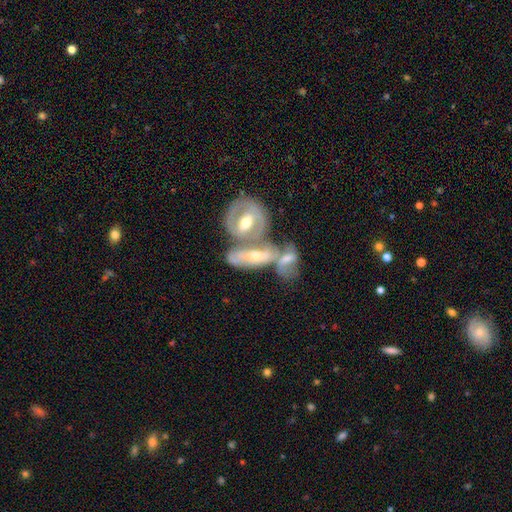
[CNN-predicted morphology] featured or disk 67%, smooth 25%, star or artifact 8%. Down the decision tree: edge-on disk — no (84%); bar — no (49%); spiral arms — yes (56%); bulge size — moderate (66%); merging — merger (55%).